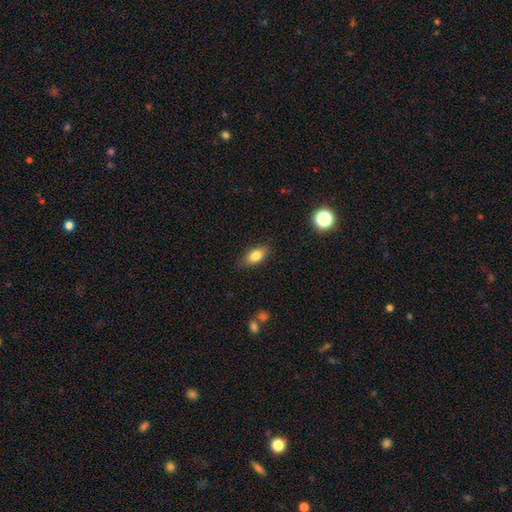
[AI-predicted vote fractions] Smooth or featured? Predicted: smooth (p=0.82). How rounded? Predicted: in between (p=0.85). Merging? Predicted: none (p=0.84).